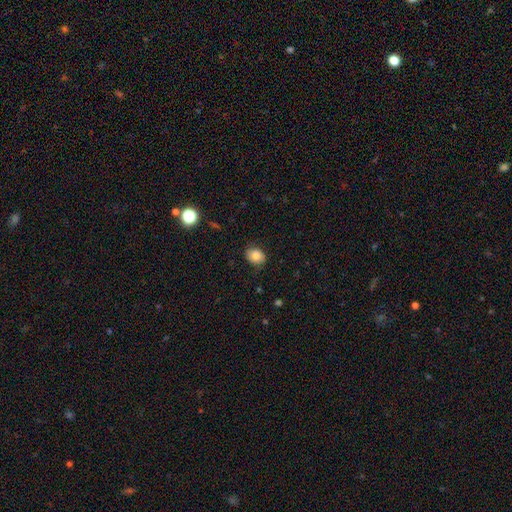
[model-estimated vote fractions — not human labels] smooth_or_featured: smooth (p=0.81) [alt: featured or disk p=0.10]
how_rounded: in between (p=0.53) [alt: round p=0.46]
merging: none (p=0.80) [alt: minor disturbance p=0.15]